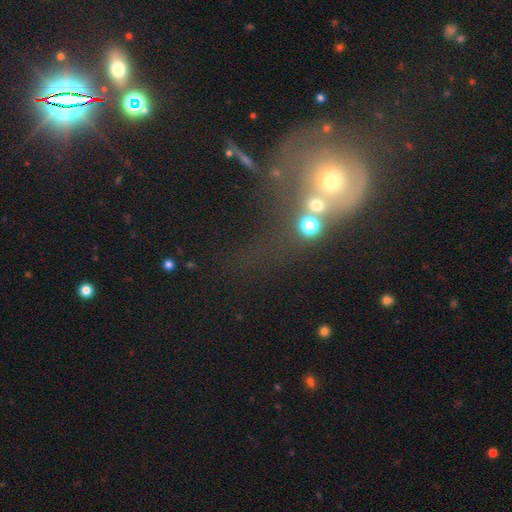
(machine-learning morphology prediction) A smooth galaxy with no disk features (34%). Merging: merger (41%).